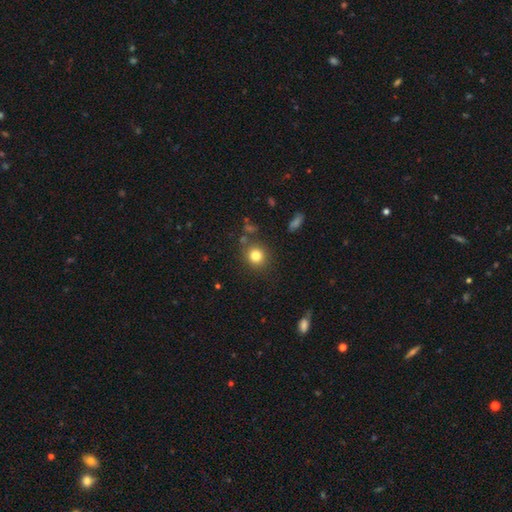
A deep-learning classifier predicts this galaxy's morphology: A smooth galaxy with no disk features (81%) that is round (87%).

Vote fractions:
- Smooth or featured? smooth: 81% / star or artifact: 12% / featured or disk: 7%
- How rounded? round: 87% / in between: 12% / cigar-shaped: 1%
- Merging? none: 83% / minor disturbance: 9% / merger: 5% / major disturbance: 4%